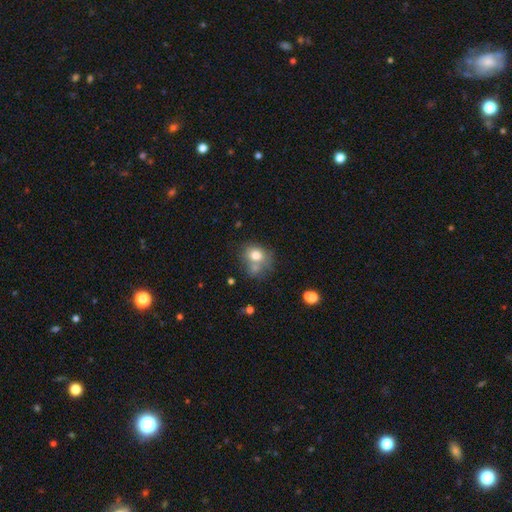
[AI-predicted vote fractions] Overall: smooth (76%). How rounded: round (57%; in between 42%). Merging: none (42%; merger 34%).